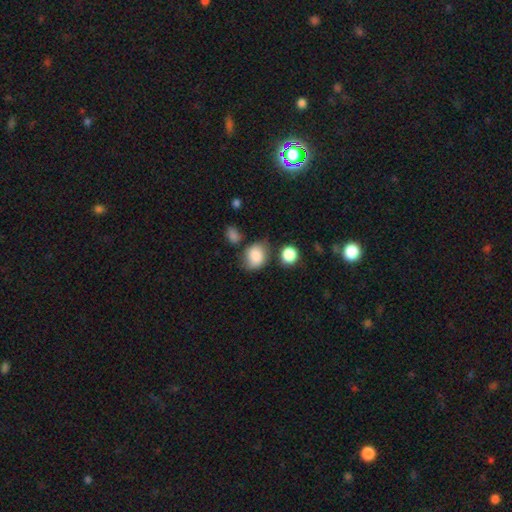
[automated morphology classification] Smooth or featured?
  - smooth: 83% *
  - star or artifact: 9%
  - featured or disk: 8%
How rounded?
  - in between: 52% *
  - round: 46%
  - cigar-shaped: 1%
Merging?
  - none: 58% *
  - minor disturbance: 25%
  - merger: 9%
  - major disturbance: 8%